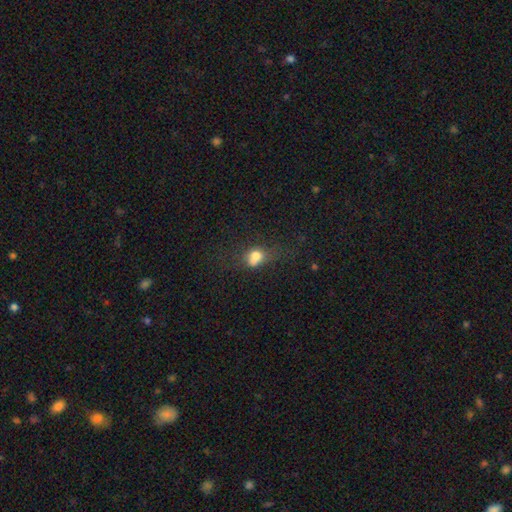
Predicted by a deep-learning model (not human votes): smooth 73%, star or artifact 14%, featured or disk 14%. Down the decision tree: how rounded — round (50%); merging — none (36%).